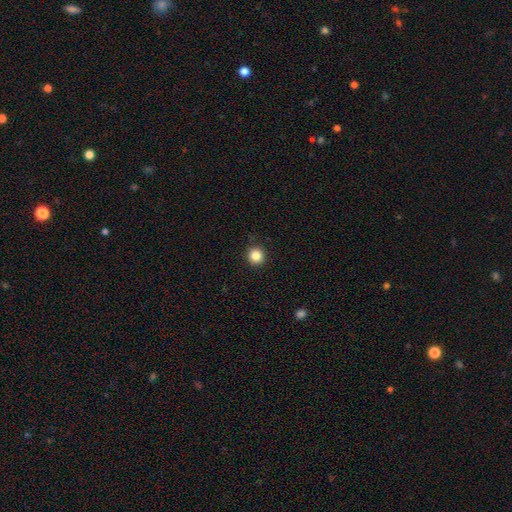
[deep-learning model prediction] smooth_or_featured: smooth (p=0.85) [alt: star or artifact p=0.11]
how_rounded: round (p=0.95) [alt: in between p=0.04]
merging: none (p=0.91) [alt: minor disturbance p=0.06]